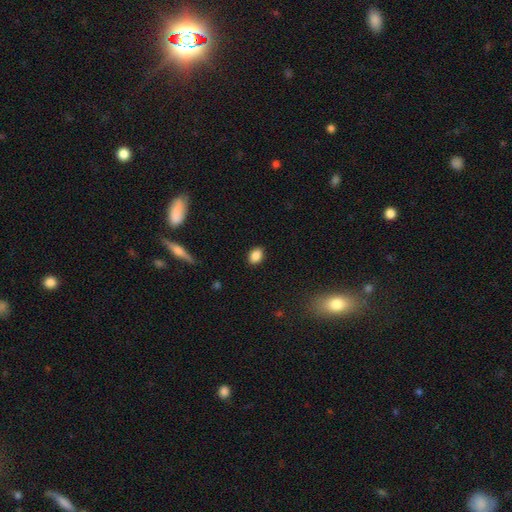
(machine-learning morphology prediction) Q: Smooth or featured?
A: smooth (87%); runner-up: star or artifact (8%)
Q: How rounded?
A: in between (79%); runner-up: round (20%)
Q: Merging?
A: none (88%); runner-up: minor disturbance (9%)